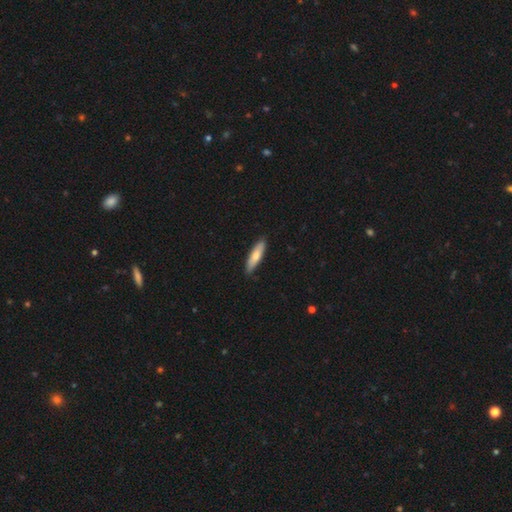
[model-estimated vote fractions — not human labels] The model was most divided on "how rounded": cigar-shaped: 68%, in between: 30%, round: 2%. More confident: merging — none (87%); smooth or featured — smooth (72%).